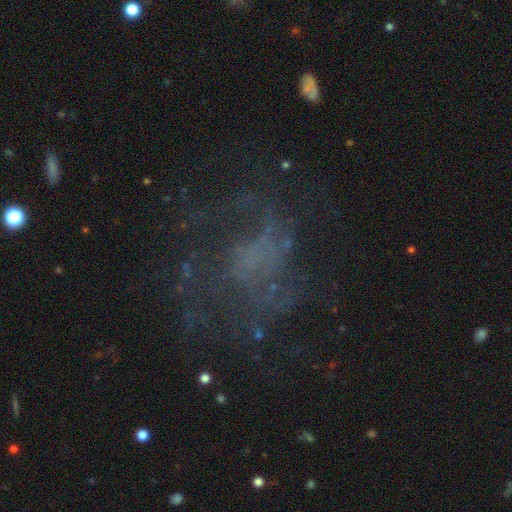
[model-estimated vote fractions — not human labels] A featured or disk galaxy (61%) with no bar (77%), spiral arms (60%) and no central bulge (62%). Merging: none (54%).